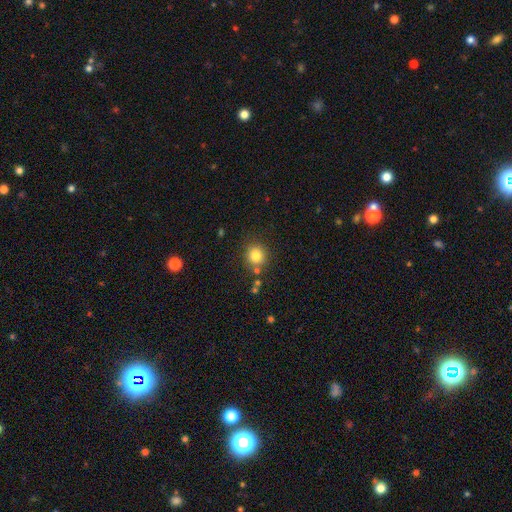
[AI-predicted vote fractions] smooth-or-featured: smooth: 81% | star or artifact: 12% | featured or disk: 7%
  how-rounded: round: 89% | in between: 10% | cigar-shaped: 1%
  merging: none: 80% | minor disturbance: 10% | merger: 7% | major disturbance: 3%